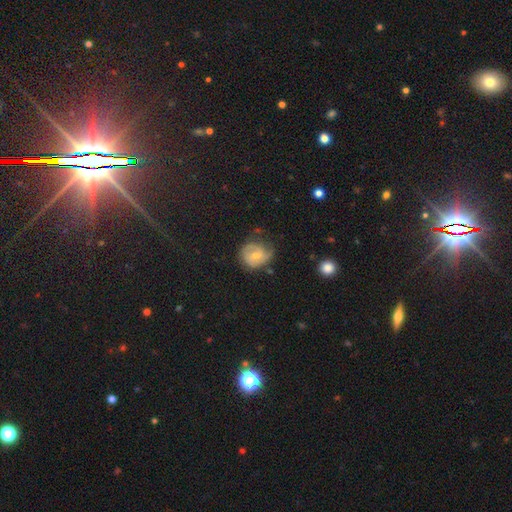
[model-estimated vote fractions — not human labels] This is possibly a featured or disk galaxy (57%). It is clearly not viewed edge-on (97%). Bar: possibly weak (47%). Spiral arm pattern: clearly yes (83%). Central bulge: possibly small (51%). Merging: possibly none (53%).